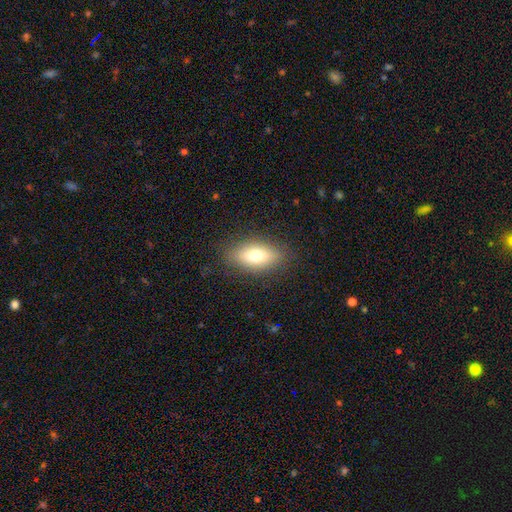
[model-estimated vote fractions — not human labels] Smooth or featured: smooth — 72% (featured or disk — 19%)
How rounded: in between — 83% (cigar-shaped — 10%)
Merging: none — 85% (minor disturbance — 11%)